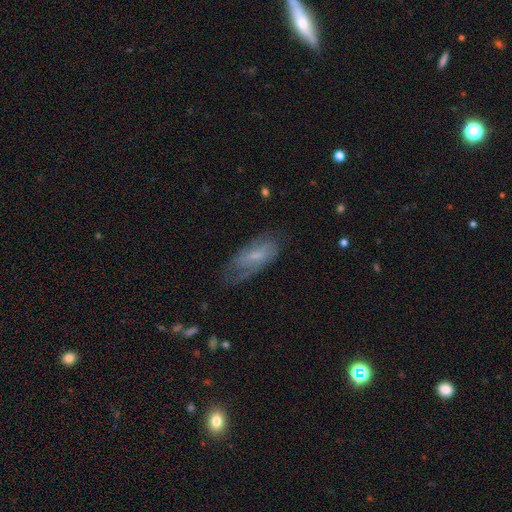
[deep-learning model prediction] A featured or disk galaxy (46%, tied with smooth). Merging: none (52%).